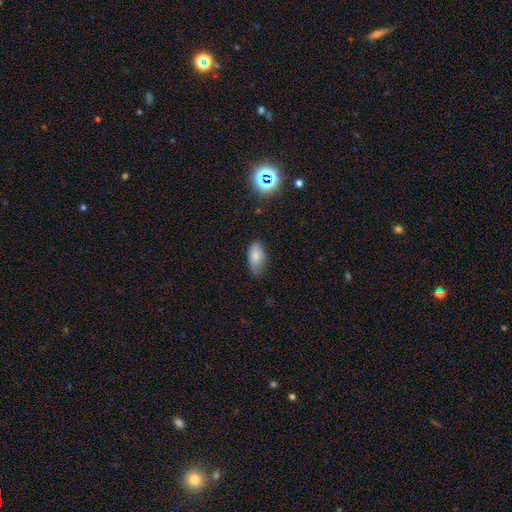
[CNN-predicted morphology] Smooth or featured? smooth (78%)
How rounded? in between (92%)
Merging? none (61%)